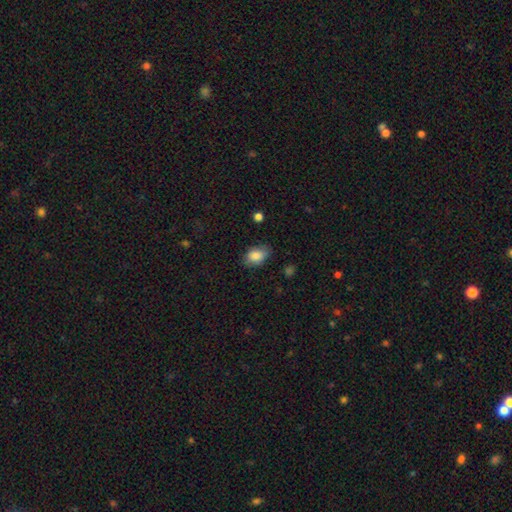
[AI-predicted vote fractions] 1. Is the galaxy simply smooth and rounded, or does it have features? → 84% smooth, 8% featured or disk, 8% star or artifact.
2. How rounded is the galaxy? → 85% in between, 13% round, 2% cigar-shaped.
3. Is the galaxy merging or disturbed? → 75% none, 20% minor disturbance, 4% major disturbance, 1% merger.